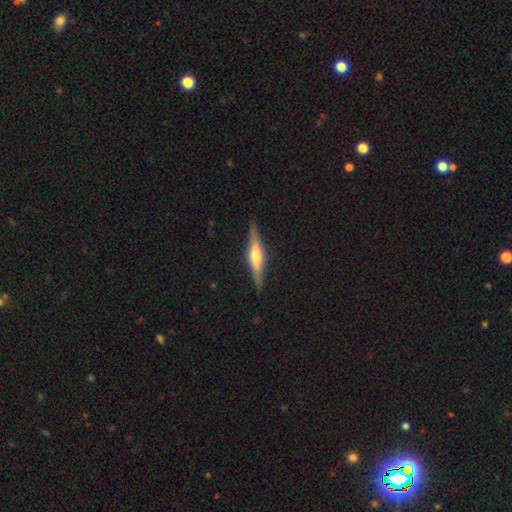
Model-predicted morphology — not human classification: The model was most divided on "smooth or featured": featured or disk: 71%, smooth: 24%, star or artifact: 6%. More confident: edge-on disk — yes (97%); merging — none (89%); edge-on bulge — rounded (78%).